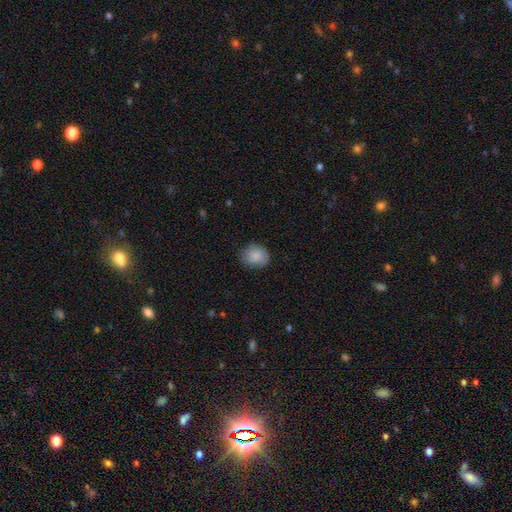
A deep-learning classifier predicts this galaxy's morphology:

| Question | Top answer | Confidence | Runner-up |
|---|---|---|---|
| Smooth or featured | smooth | 87% | star or artifact (7%) |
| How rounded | round | 63% | in between (36%) |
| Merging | none | 78% | minor disturbance (17%) |